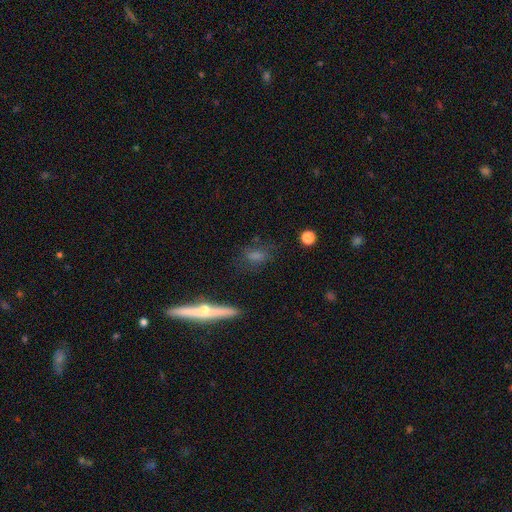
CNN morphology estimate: The model was most divided on "smooth or featured": smooth: 53%, featured or disk: 33%, star or artifact: 15%. More confident: merging — none (75%); how rounded — in between (53%).